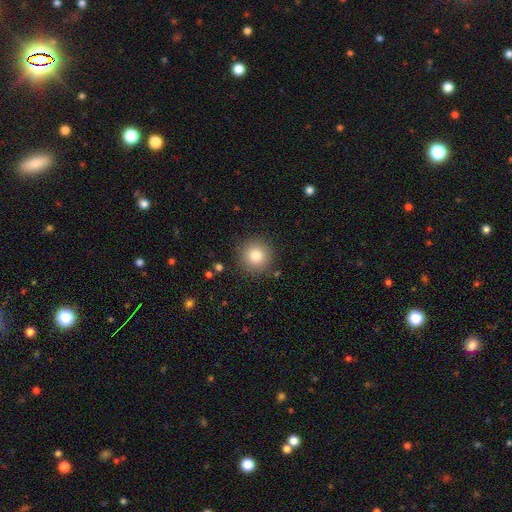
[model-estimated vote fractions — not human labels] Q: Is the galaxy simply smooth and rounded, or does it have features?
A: smooth — 80%.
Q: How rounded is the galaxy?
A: round — 95%.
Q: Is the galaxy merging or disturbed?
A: none — 89%.